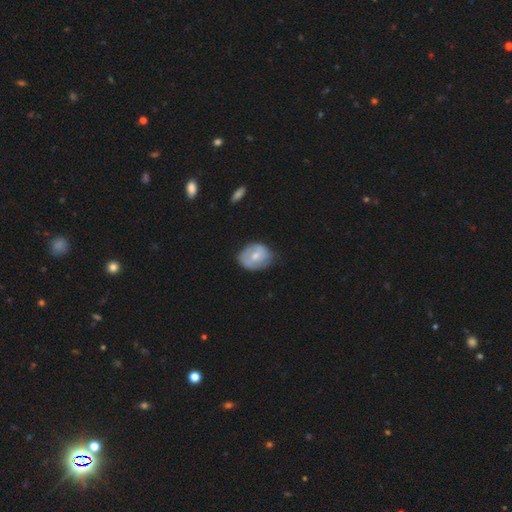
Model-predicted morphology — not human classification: This appears to be a smooth galaxy with no disk features (55%) that is in between round and cigar-shaped (53%). Merging: none (59%).